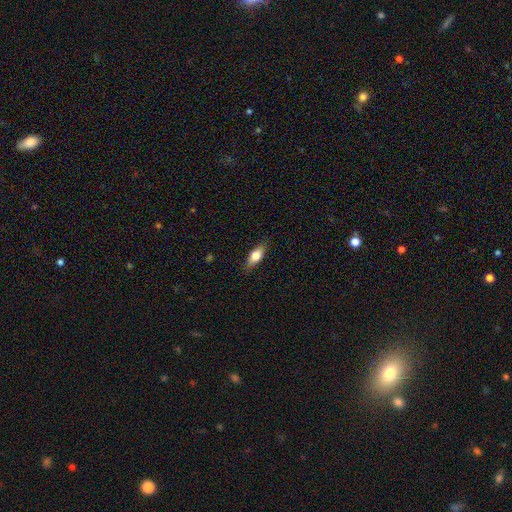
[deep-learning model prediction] A smooth galaxy with no disk features (65%) that is in between round and cigar-shaped (66%).

Vote fractions:
- Smooth or featured? smooth: 65% / featured or disk: 29% / star or artifact: 7%
- How rounded? in between: 66% / cigar-shaped: 30% / round: 3%
- Merging? none: 85% / minor disturbance: 11% / major disturbance: 2% / merger: 1%